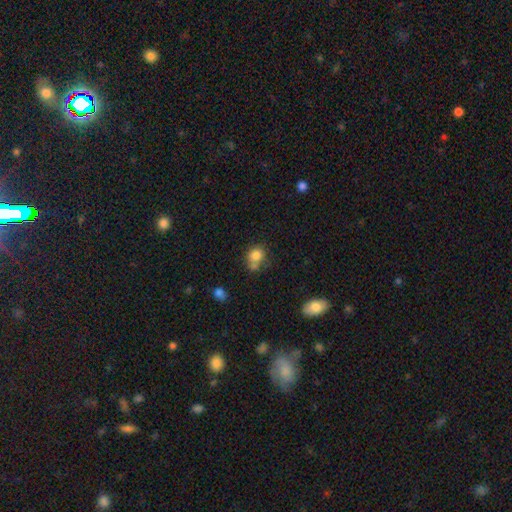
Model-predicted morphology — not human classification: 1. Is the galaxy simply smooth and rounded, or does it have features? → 80% smooth, 11% star or artifact, 9% featured or disk.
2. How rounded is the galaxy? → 67% round, 32% in between, 1% cigar-shaped.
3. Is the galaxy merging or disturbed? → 48% none, 27% merger, 18% minor disturbance, 7% major disturbance.